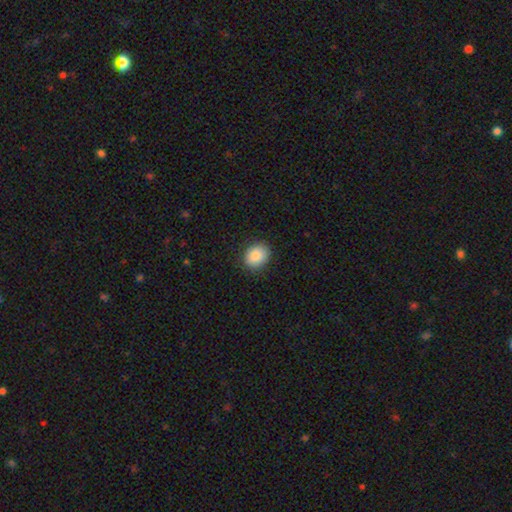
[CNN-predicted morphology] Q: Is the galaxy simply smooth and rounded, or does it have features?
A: smooth — 88%.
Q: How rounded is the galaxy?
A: round — 51%.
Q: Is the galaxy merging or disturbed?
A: none — 87%.